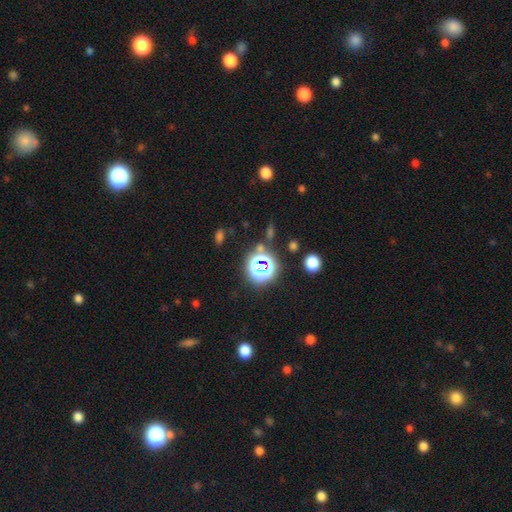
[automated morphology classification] A star or artifact, not a galaxy (65%).

Vote fractions:
- Smooth or featured? star or artifact: 65% / smooth: 25% / featured or disk: 10%